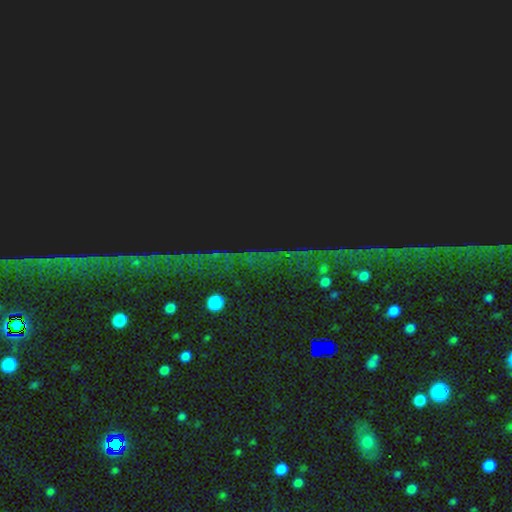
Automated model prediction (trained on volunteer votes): Smooth or featured? Predicted: star or artifact (p=0.88).